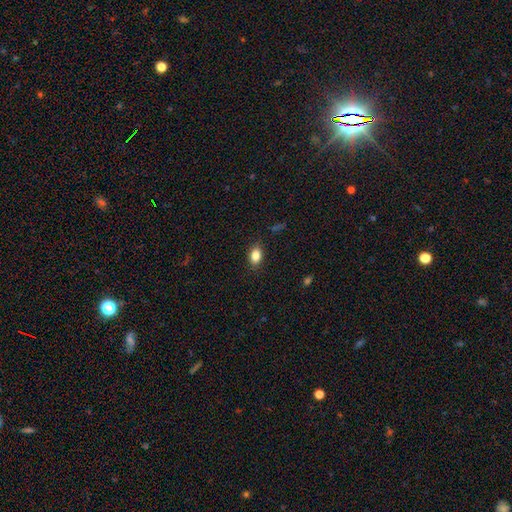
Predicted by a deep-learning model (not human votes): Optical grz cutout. It shows a smooth galaxy with no disk features (84%) that is in between round and cigar-shaped (81%). Merging: none (87%).